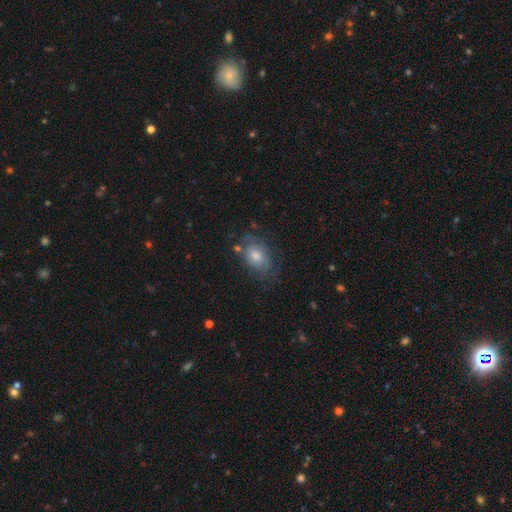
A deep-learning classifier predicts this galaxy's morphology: smooth_or_featured: smooth (p=0.54) [alt: featured or disk p=0.34]
how_rounded: in between (p=0.73) [alt: round p=0.25]
merging: none (p=0.63) [alt: minor disturbance p=0.23]